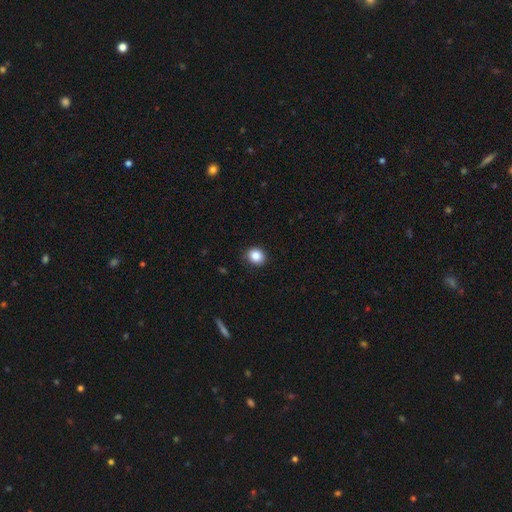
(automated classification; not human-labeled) Morphology: type=smooth (86%); roundness=round (77%); merging=none (89%).